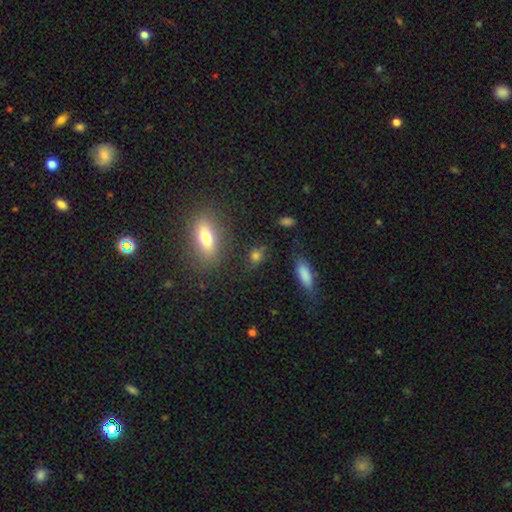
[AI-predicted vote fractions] Smooth or featured: smooth — 71% (star or artifact — 18%)
How rounded: in between — 48% (round — 46%)
Merging: none — 69% (minor disturbance — 17%)